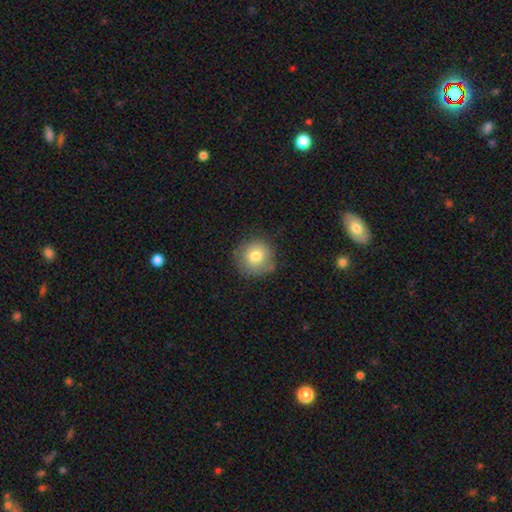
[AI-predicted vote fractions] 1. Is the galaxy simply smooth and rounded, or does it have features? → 76% smooth, 15% featured or disk, 9% star or artifact.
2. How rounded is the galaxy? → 92% round, 7% in between, 1% cigar-shaped.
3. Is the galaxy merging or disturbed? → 75% none, 18% minor disturbance, 5% major disturbance, 2% merger.